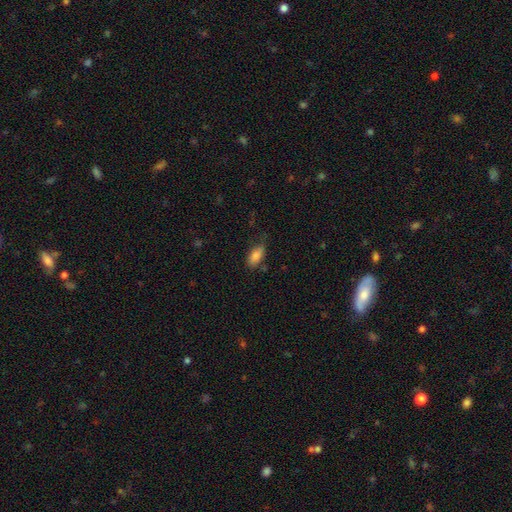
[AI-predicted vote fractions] Morphology: type=smooth (85%); roundness=in between (89%); merging=none (69%).